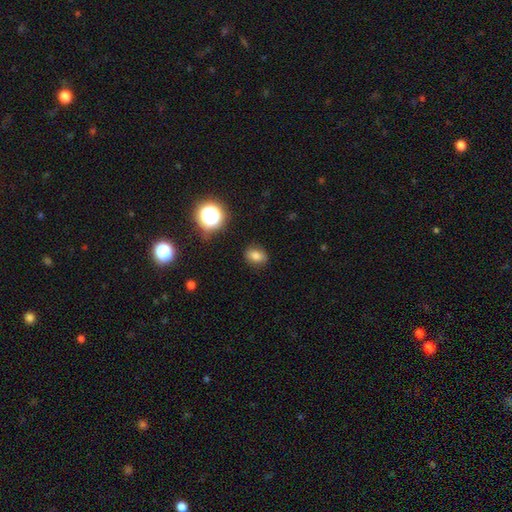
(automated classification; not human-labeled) A smooth galaxy with no disk features (78%) that is in between round and cigar-shaped (64%).

Vote fractions:
- Smooth or featured? smooth: 78% / star or artifact: 15% / featured or disk: 8%
- How rounded? in between: 64% / round: 34% / cigar-shaped: 1%
- Merging? none: 85% / minor disturbance: 11% / major disturbance: 3% / merger: 1%